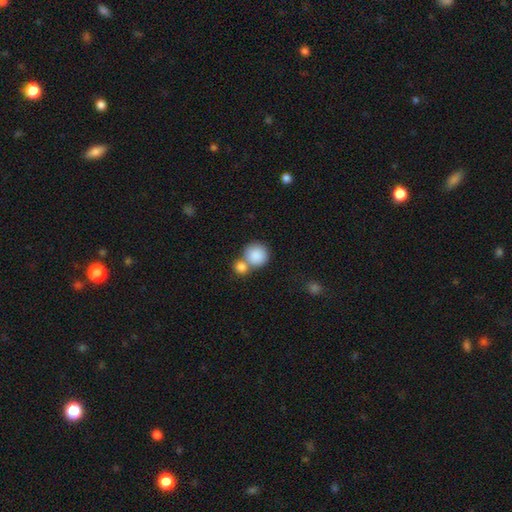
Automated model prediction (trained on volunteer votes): A smooth galaxy with no disk features (86%) that is round (91%).

Vote fractions:
- Smooth or featured? smooth: 86% / star or artifact: 7% / featured or disk: 6%
- How rounded? round: 91% / in between: 8% / cigar-shaped: 1%
- Merging? none: 47% / merger: 41% / minor disturbance: 8% / major disturbance: 3%